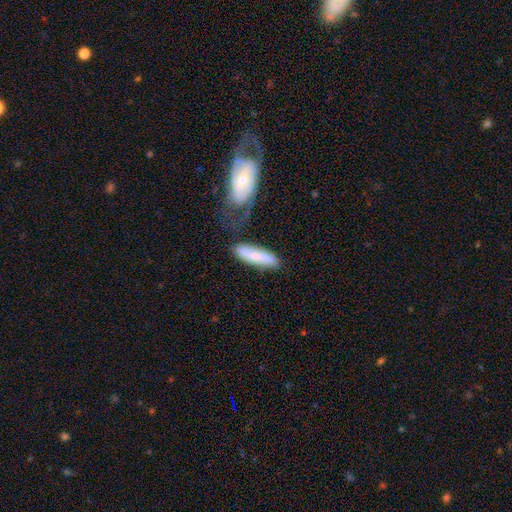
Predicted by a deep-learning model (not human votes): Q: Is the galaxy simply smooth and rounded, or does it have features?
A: smooth — 59%.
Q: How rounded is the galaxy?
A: cigar-shaped — 62%.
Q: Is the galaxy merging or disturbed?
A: none — 53%.